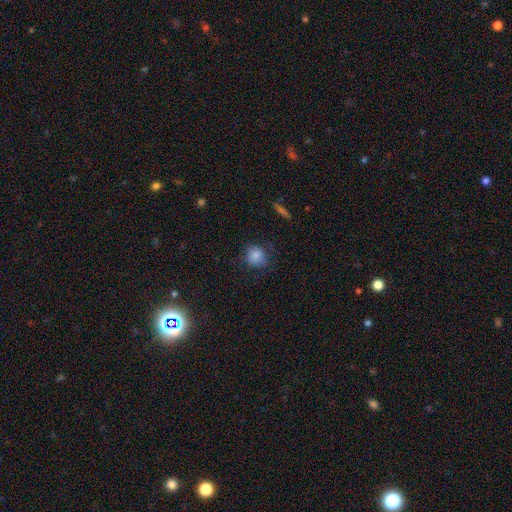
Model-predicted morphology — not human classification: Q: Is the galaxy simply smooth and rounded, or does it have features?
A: smooth — 85%.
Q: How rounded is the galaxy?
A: round — 84%.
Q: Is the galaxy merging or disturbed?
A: none — 74%.